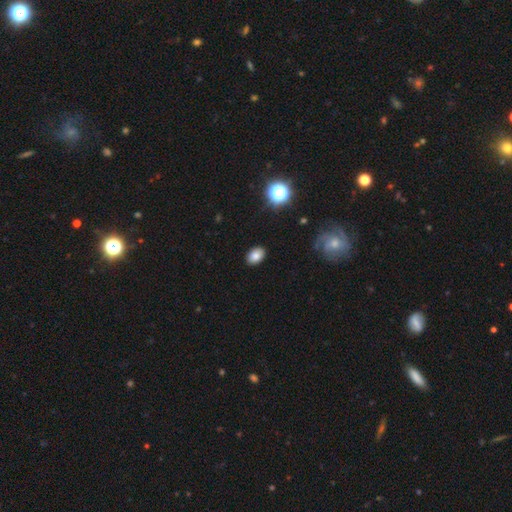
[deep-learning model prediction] Smooth or featured? Predicted: smooth (p=0.82). How rounded? Predicted: in between (p=0.81). Merging? Predicted: none (p=0.89).